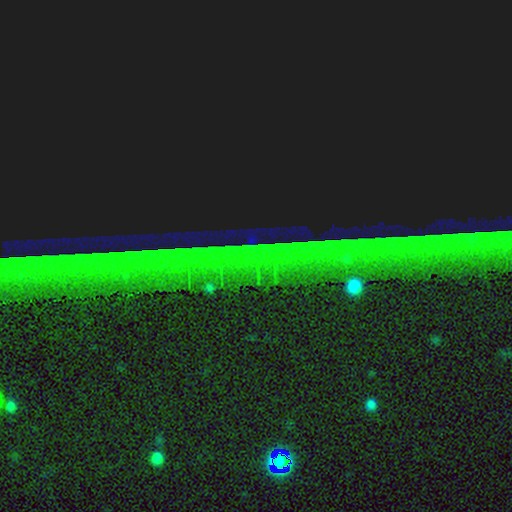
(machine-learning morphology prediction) Smooth or featured?
  - star or artifact: 87% *
  - featured or disk: 7%
  - smooth: 6%